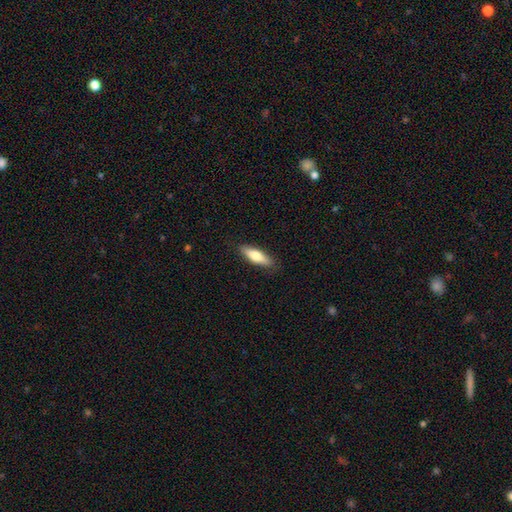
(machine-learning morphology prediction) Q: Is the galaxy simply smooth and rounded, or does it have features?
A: smooth — 73%.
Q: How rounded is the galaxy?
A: cigar-shaped — 52%.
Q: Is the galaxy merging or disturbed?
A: none — 86%.